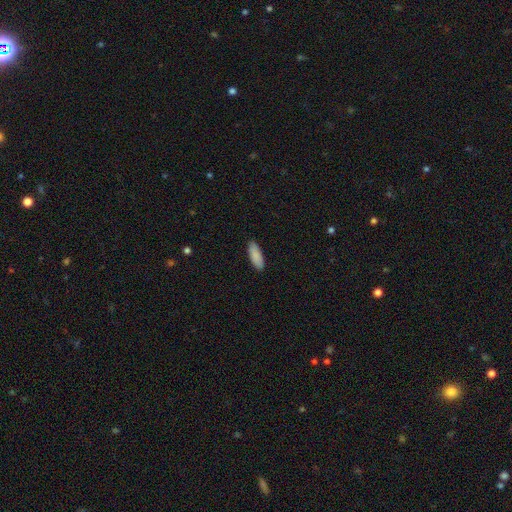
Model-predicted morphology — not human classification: smooth-or-featured: smooth: 89% | star or artifact: 6% | featured or disk: 5%
  how-rounded: in between: 68% | cigar-shaped: 30% | round: 2%
  merging: none: 90% | minor disturbance: 8% | major disturbance: 2% | merger: 1%